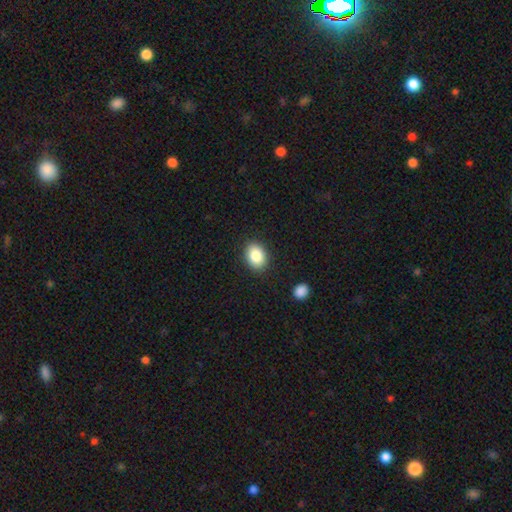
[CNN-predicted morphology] Overall: smooth (85%). How rounded: in between (66%; round 33%). Merging: none (88%).